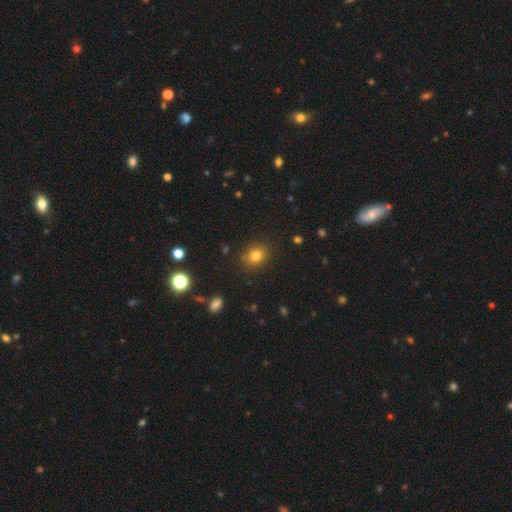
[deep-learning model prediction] Smooth or featured? smooth (79%)
How rounded? round (69%)
Merging? none (86%)